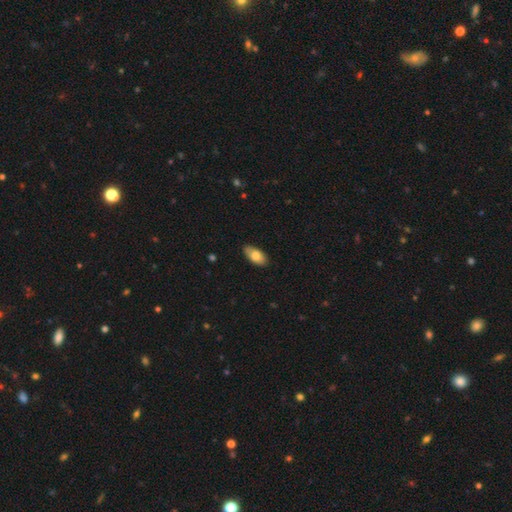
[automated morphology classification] Q: Smooth or featured?
A: smooth (80%); runner-up: featured or disk (14%)
Q: How rounded?
A: in between (93%); runner-up: cigar-shaped (5%)
Q: Merging?
A: none (82%); runner-up: minor disturbance (15%)